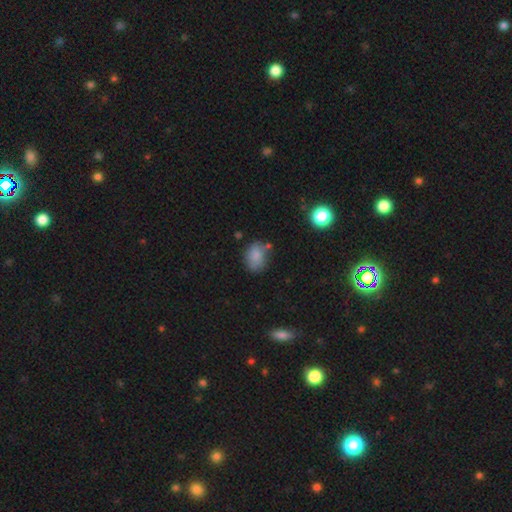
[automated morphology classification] The model was most divided on "how rounded": in between: 64%, round: 34%, cigar-shaped: 1%. More confident: smooth or featured — smooth (81%); merging — none (60%).